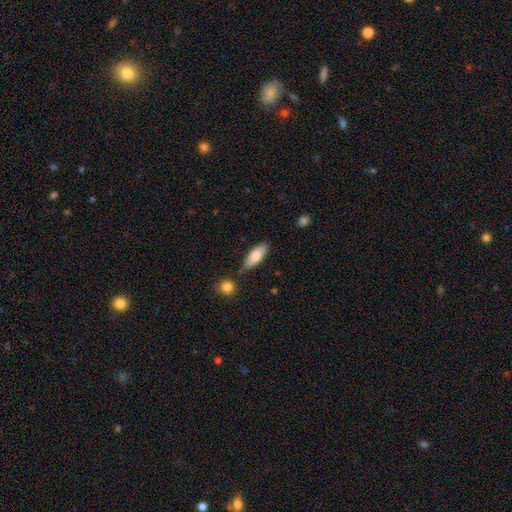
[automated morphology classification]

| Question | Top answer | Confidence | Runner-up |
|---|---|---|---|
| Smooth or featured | smooth | 77% | featured or disk (17%) |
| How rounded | in between | 69% | cigar-shaped (29%) |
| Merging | none | 75% | minor disturbance (16%) |